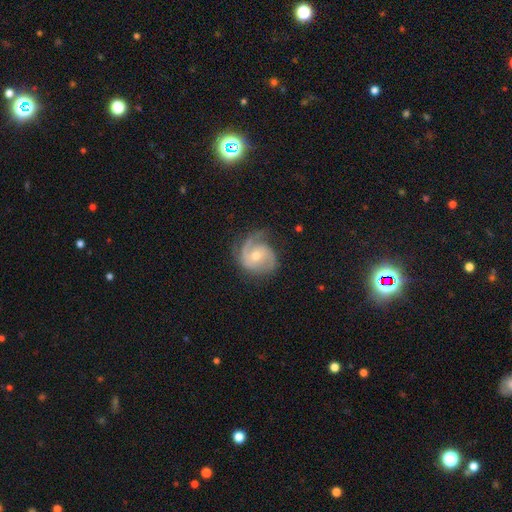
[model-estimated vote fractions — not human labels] Smooth or featured: featured or disk — 83% (smooth — 12%)
Edge-on disk: no — 98% (yes — 2%)
Bar: no — 62% (weak — 32%)
Spiral arms: yes — 96% (no — 4%)
Spiral winding: medium — 45% (tight — 38%)
Spiral arm count: 2 — 59% (1 — 14%)
Bulge size: moderate — 59% (small — 36%)
Merging: none — 62% (minor disturbance — 23%)